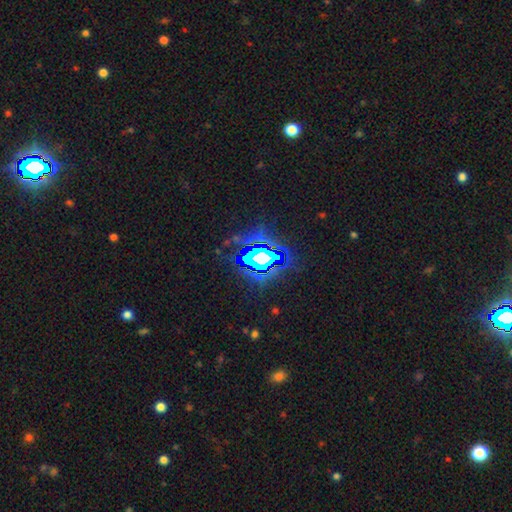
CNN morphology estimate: Smooth or featured: star or artifact — 82% (smooth — 10%)